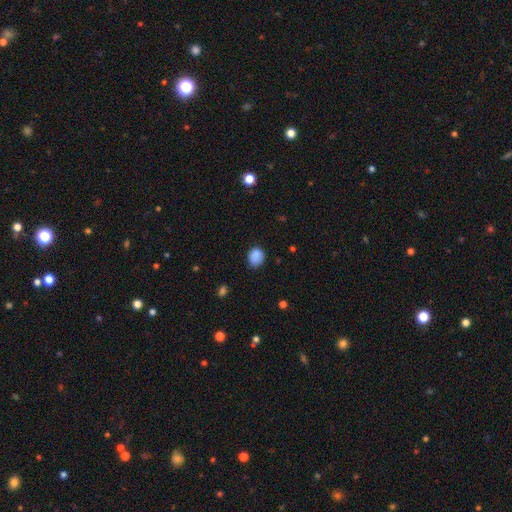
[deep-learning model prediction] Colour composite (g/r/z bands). It shows a smooth galaxy with no disk features (87%) that is round (61%). Merging: none (74%).